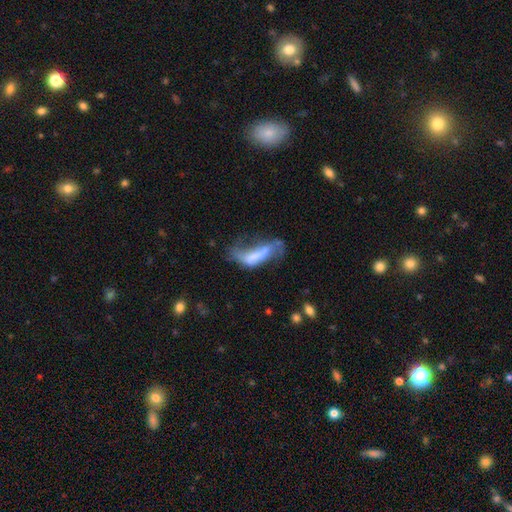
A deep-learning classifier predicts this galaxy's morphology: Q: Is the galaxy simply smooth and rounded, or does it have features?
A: smooth — 47%.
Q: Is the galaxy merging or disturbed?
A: major disturbance — 42%.